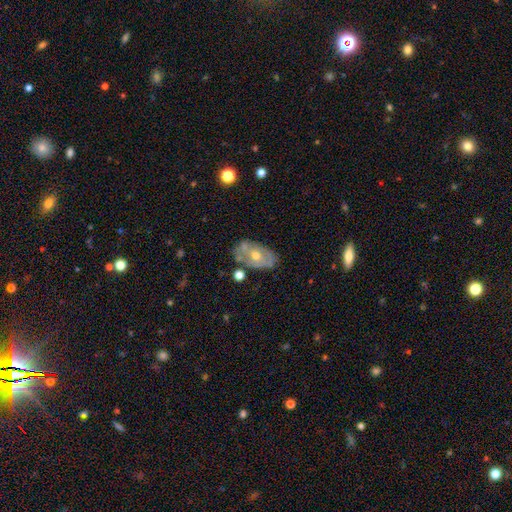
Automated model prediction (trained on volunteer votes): smooth_or_featured: featured or disk (p=0.59) [alt: smooth p=0.33]
disk_edge_on: no (p=0.90) [alt: yes p=0.10]
bar: no (p=0.80) [alt: weak p=0.15]
has_spiral_arms: no (p=0.71) [alt: yes p=0.29]
bulge_size: moderate (p=0.65) [alt: small p=0.30]
merging: none (p=0.60) [alt: minor disturbance p=0.23]